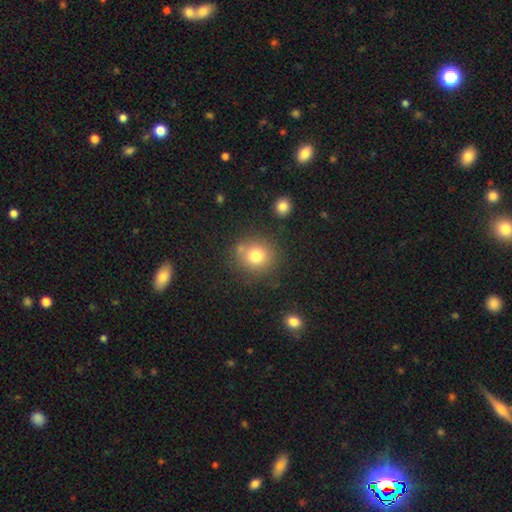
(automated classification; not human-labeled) Smooth or featured? Predicted: smooth (p=0.78). How rounded? Predicted: round (p=0.85). Merging? Predicted: none (p=0.75).